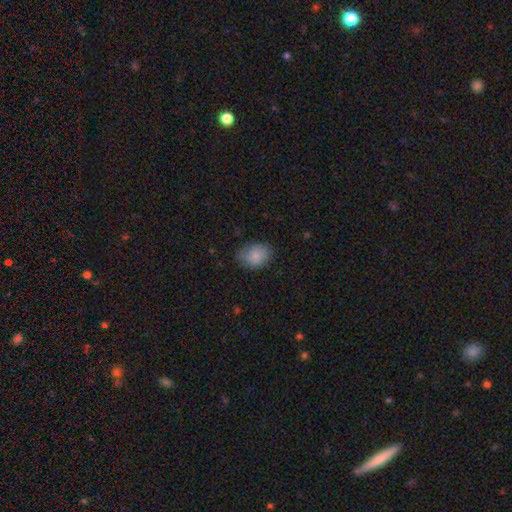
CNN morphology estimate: Overall: smooth (85%). How rounded: in between (68%; round 31%). Merging: none (71%).